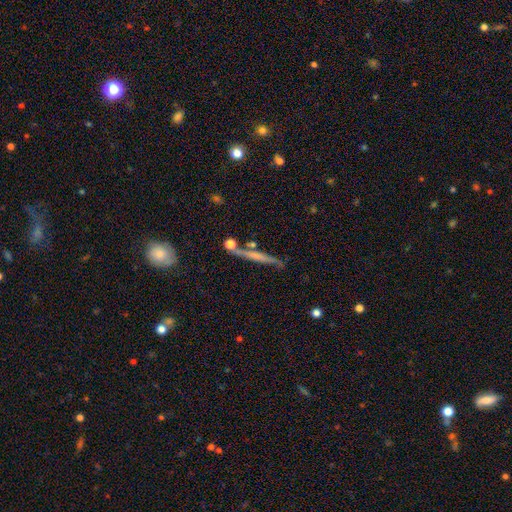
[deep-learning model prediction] A featured or disk galaxy (55%) viewed edge-on (93%) with no central bulge (65%). Merging: none (73%).